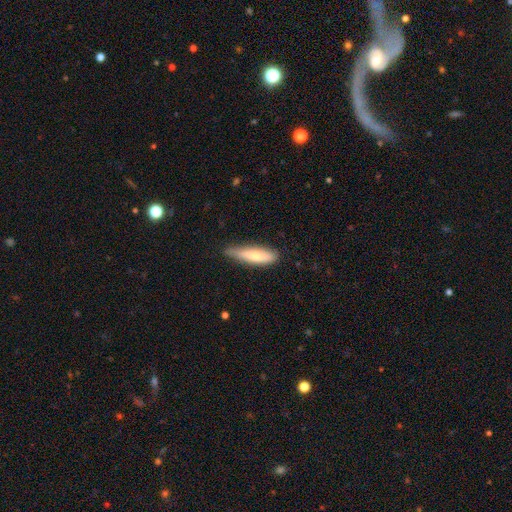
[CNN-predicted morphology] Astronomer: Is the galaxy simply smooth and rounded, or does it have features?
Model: smooth — 73%.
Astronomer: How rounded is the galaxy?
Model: cigar-shaped — 71%.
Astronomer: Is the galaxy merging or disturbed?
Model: none — 62%.